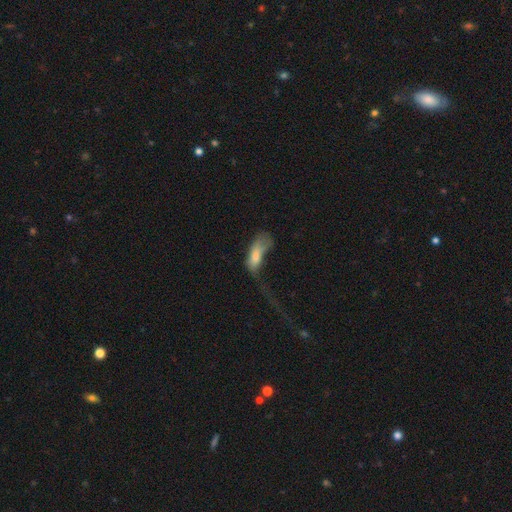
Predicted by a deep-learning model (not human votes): A smooth galaxy with no disk features (69%) that is in between round and cigar-shaped (76%). Merging: major disturbance (63%).